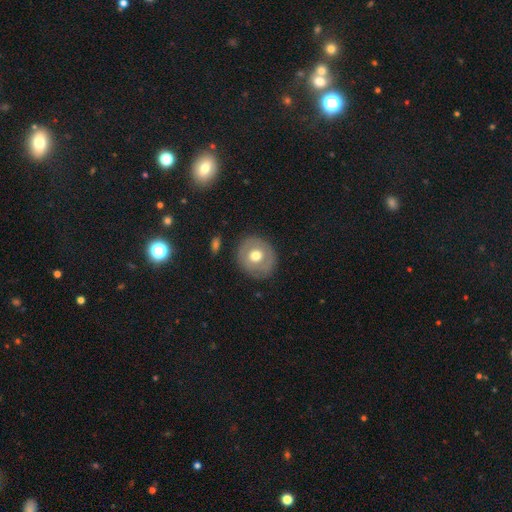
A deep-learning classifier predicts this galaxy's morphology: Smooth or featured? smooth (53%)
How rounded? round (82%)
Merging? none (83%)